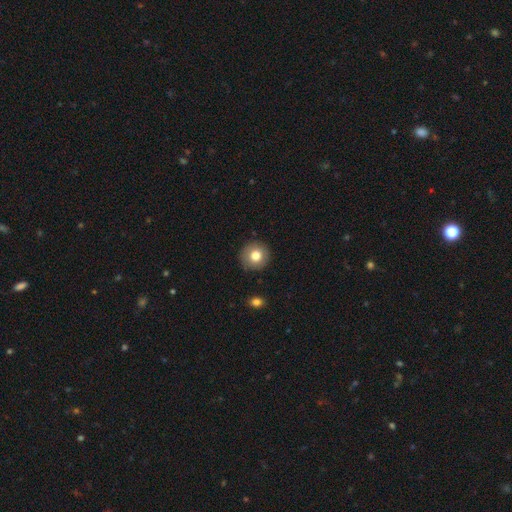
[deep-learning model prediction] smooth-or-featured: smooth: 80% | featured or disk: 11% | star or artifact: 9%
  how-rounded: round: 94% | in between: 5% | cigar-shaped: 1%
  merging: none: 90% | minor disturbance: 7% | major disturbance: 2% | merger: 1%